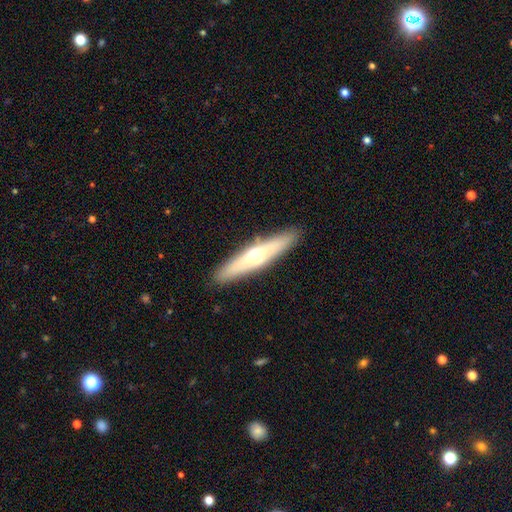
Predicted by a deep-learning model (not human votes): This is possibly a featured or disk galaxy (50%). It is clearly viewed edge-on (88%). Merging: clearly none (90%).